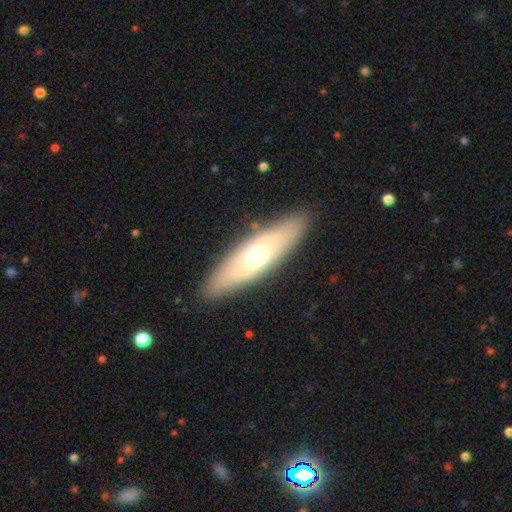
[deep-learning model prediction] smooth-or-featured: featured or disk: 49% | smooth: 46% | star or artifact: 6%
  merging: none: 88% | minor disturbance: 9% | major disturbance: 2% | merger: 1%